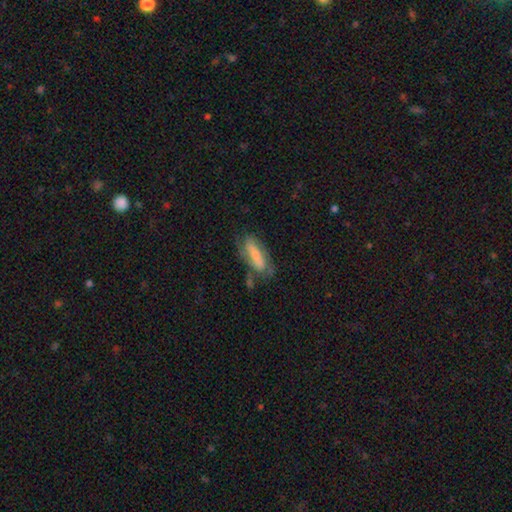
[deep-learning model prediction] smooth 55%, featured or disk 38%, star or artifact 7%. Down the decision tree: how rounded — in between (58%); merging — none (57%).